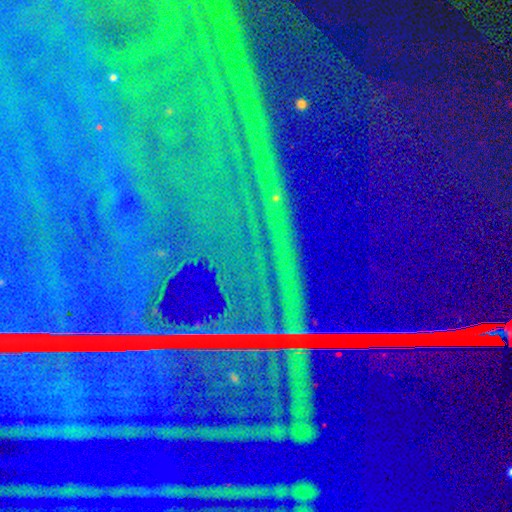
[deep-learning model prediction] This is clearly a star or artifact rather than a galaxy (89%).